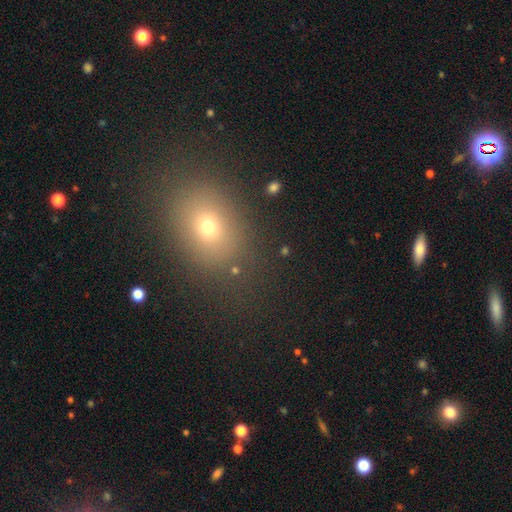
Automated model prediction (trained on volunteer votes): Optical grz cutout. It shows a smooth galaxy with no disk features (62%) that is in between round and cigar-shaped (53%). Merging: none (88%).